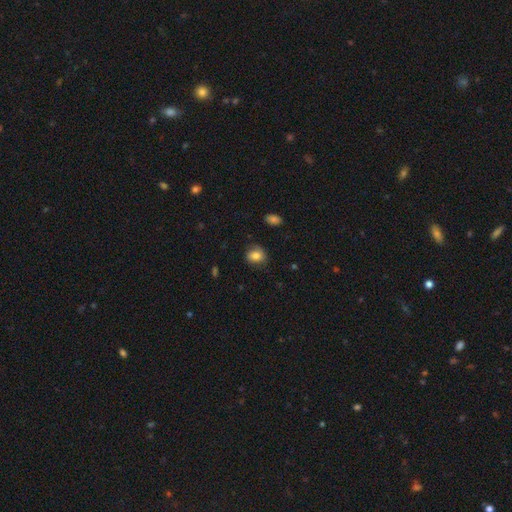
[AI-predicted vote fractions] smooth 80%, featured or disk 10%, star or artifact 9%. Down the decision tree: how rounded — round (61%); merging — none (77%).